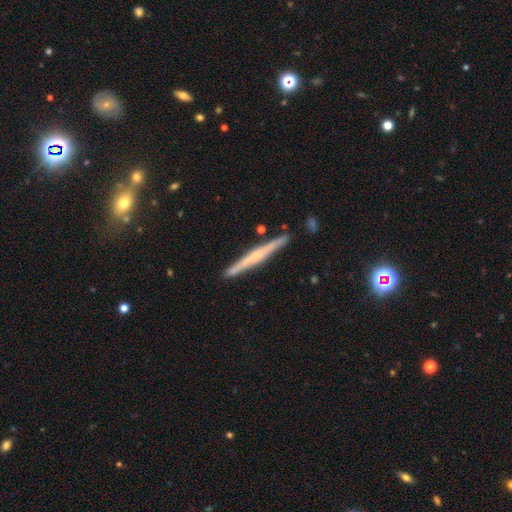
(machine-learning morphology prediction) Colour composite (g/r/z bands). It shows a featured or disk galaxy (67%) viewed edge-on (98%) with a rounded central bulge (55%). Merging: none (89%).